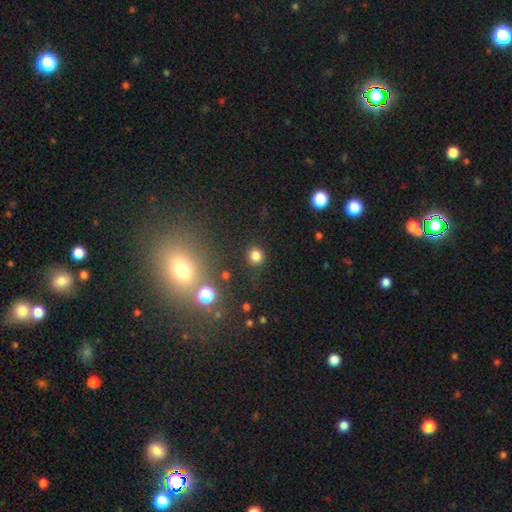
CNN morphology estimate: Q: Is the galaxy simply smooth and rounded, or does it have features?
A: smooth — 80%.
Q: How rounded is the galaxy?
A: round — 91%.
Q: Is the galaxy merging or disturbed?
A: none — 88%.